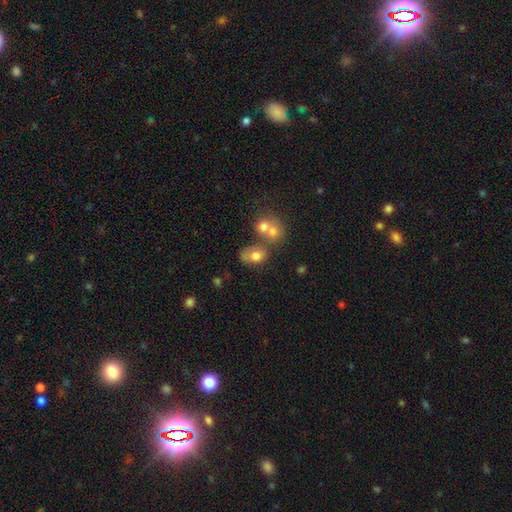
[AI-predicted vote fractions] smooth 72%, featured or disk 16%, star or artifact 12%. Down the decision tree: how rounded — in between (69%); merging — merger (41%).